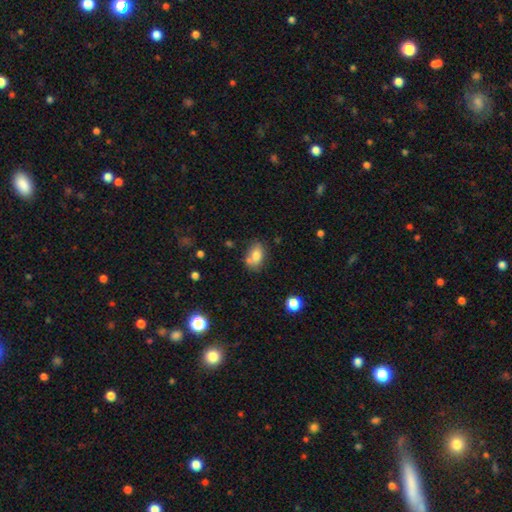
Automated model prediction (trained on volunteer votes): smooth_or_featured: smooth (p=0.77) [alt: featured or disk p=0.13]
how_rounded: in between (p=0.81) [alt: round p=0.17]
merging: none (p=0.57) [alt: merger p=0.22]